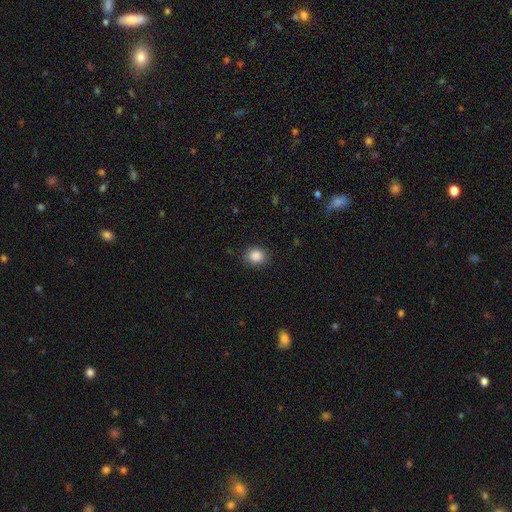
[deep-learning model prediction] A smooth galaxy with no disk features (87%) that is round (70%). Merging: none (86%).